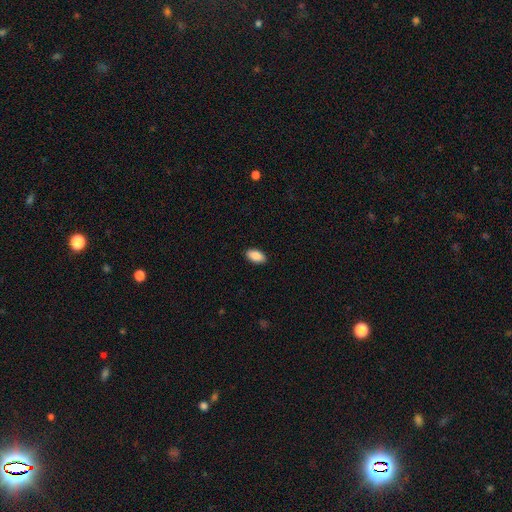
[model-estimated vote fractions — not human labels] The model was most divided on "merging": none: 90%, minor disturbance: 7%, major disturbance: 2%, merger: 1%. More confident: how rounded — in between (94%); smooth or featured — smooth (89%).